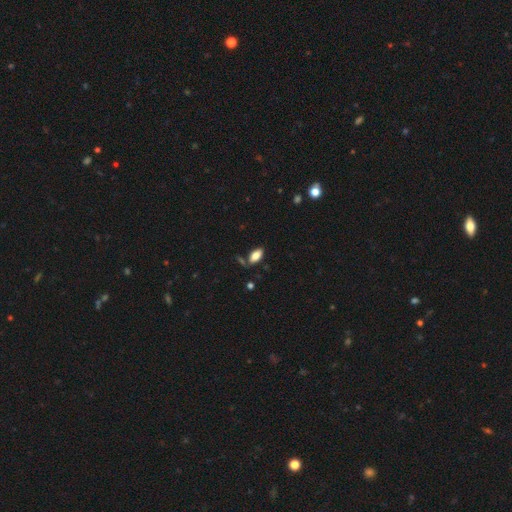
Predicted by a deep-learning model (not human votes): A smooth galaxy with no disk features (83%) that is in between round and cigar-shaped (91%).

Vote fractions:
- Smooth or featured? smooth: 83% / featured or disk: 9% / star or artifact: 8%
- How rounded? in between: 91% / cigar-shaped: 7% / round: 3%
- Merging? none: 73% / minor disturbance: 15% / merger: 7% / major disturbance: 4%